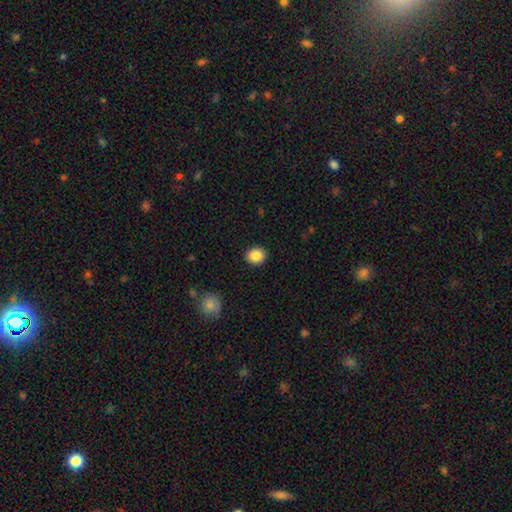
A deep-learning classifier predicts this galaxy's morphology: smooth-or-featured: smooth: 86% | star or artifact: 9% | featured or disk: 5%
  how-rounded: round: 75% | in between: 25% | cigar-shaped: 1%
  merging: none: 91% | minor disturbance: 6% | major disturbance: 2% | merger: 1%